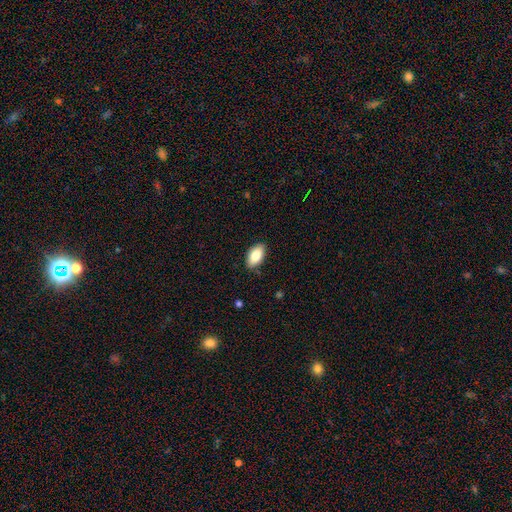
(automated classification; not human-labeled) smooth 83%, featured or disk 10%, star or artifact 7%. Down the decision tree: how rounded — in between (94%); merging — none (87%).